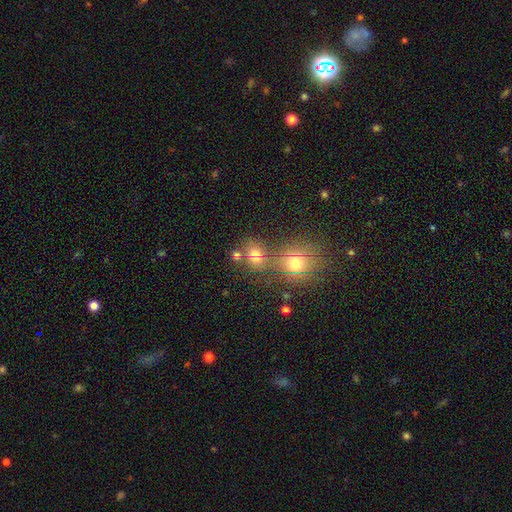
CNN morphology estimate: Smooth or featured?
  - smooth: 68% *
  - star or artifact: 20%
  - featured or disk: 12%
How rounded?
  - round: 64% *
  - in between: 35%
  - cigar-shaped: 2%
Merging?
  - none: 47% *
  - merger: 39%
  - minor disturbance: 9%
  - major disturbance: 5%